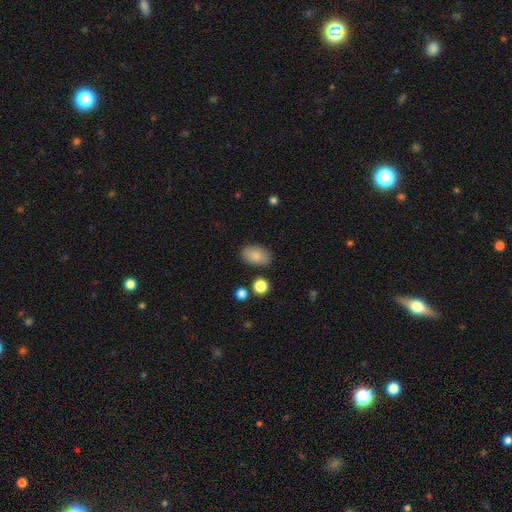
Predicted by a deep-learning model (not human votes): Smooth or featured: smooth — 85% (star or artifact — 8%)
How rounded: in between — 90% (round — 9%)
Merging: none — 85% (minor disturbance — 10%)